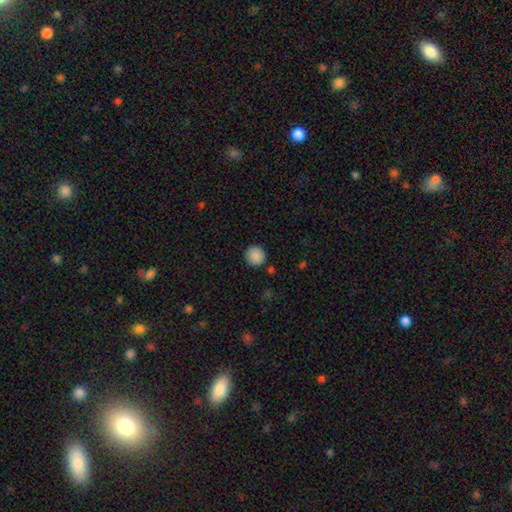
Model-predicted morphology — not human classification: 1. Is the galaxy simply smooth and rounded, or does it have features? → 88% smooth, 8% star or artifact, 3% featured or disk.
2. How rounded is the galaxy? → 94% round, 5% in between, 1% cigar-shaped.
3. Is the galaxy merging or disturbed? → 88% none, 8% minor disturbance, 2% merger, 2% major disturbance.